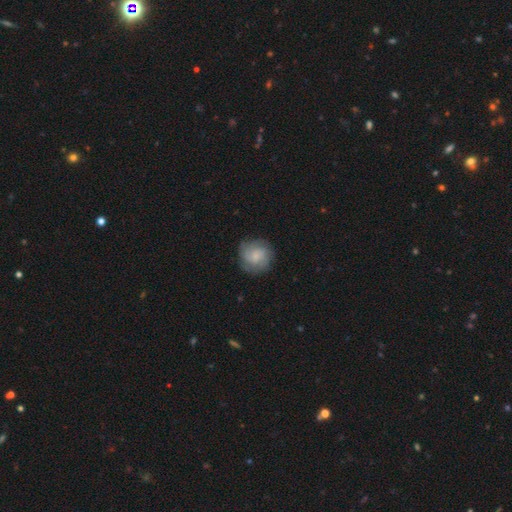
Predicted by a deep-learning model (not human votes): Smooth or featured: smooth — 56% (featured or disk — 36%)
How rounded: round — 90% (in between — 9%)
Merging: none — 77% (minor disturbance — 16%)